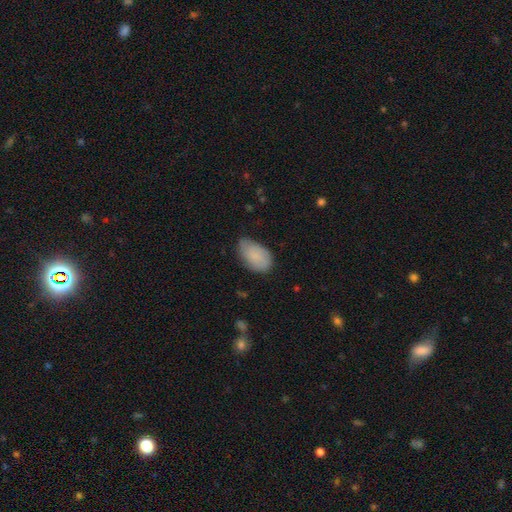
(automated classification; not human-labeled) smooth-or-featured: smooth: 78% | featured or disk: 15% | star or artifact: 7%
  how-rounded: in between: 92% | round: 6% | cigar-shaped: 2%
  merging: none: 61% | minor disturbance: 32% | major disturbance: 6% | merger: 1%